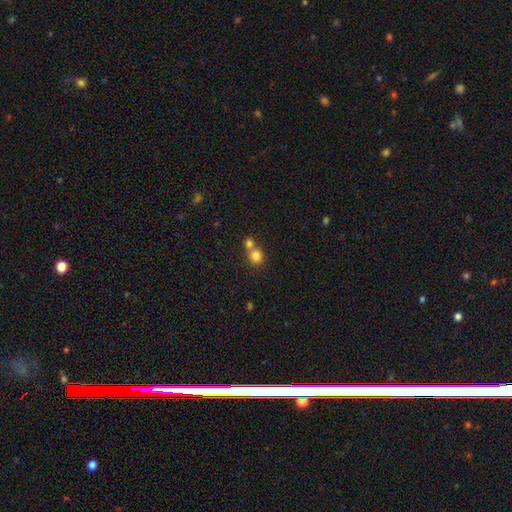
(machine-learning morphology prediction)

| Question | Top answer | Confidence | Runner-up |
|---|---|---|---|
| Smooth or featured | smooth | 80% | star or artifact (11%) |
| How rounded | round | 83% | in between (16%) |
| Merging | merger | 51% | none (41%) |